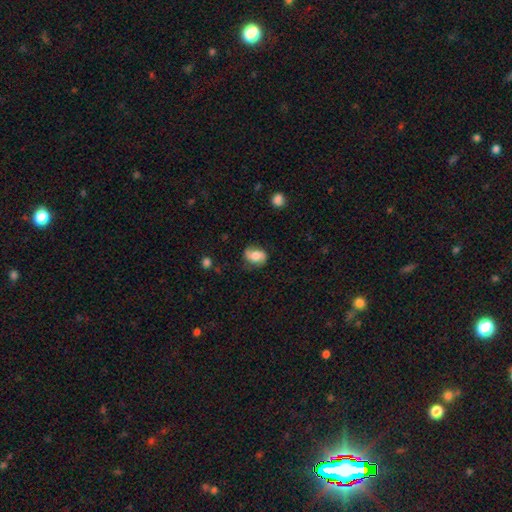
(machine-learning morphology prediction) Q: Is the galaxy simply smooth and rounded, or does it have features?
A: featured or disk — 49%.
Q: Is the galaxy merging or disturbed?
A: none — 73%.